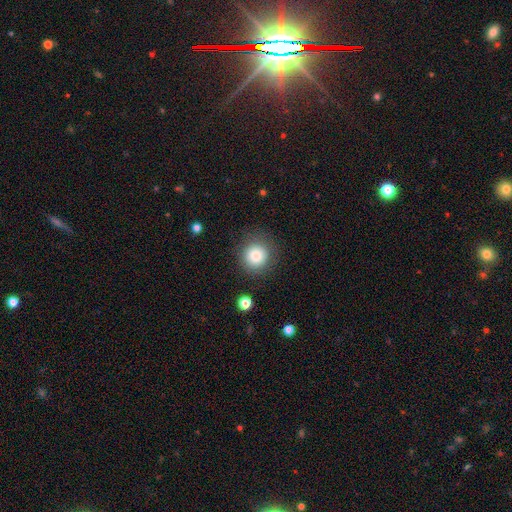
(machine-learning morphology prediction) Smooth or featured? smooth (82%)
How rounded? round (92%)
Merging? none (85%)